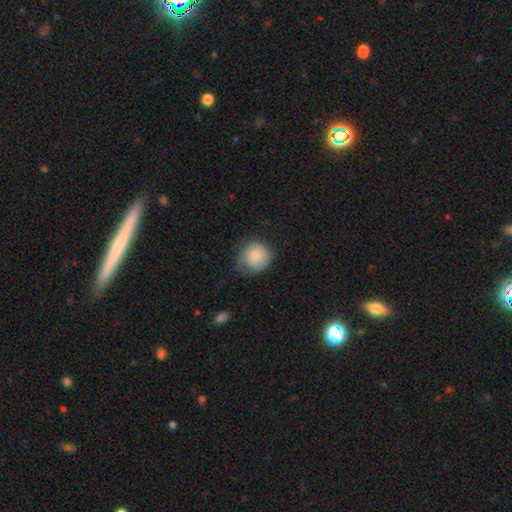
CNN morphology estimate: Smooth or featured: smooth — 79% (featured or disk — 14%)
How rounded: round — 87% (in between — 12%)
Merging: none — 56% (minor disturbance — 32%)